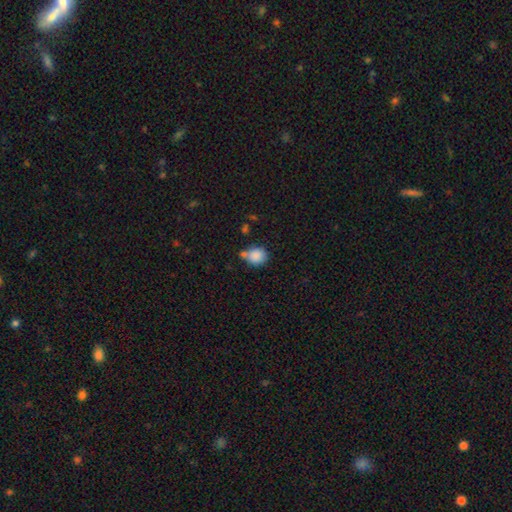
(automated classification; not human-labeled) The model was most divided on "merging": none: 56%, merger: 22%, minor disturbance: 16%, major disturbance: 5%. More confident: smooth or featured — smooth (86%); how rounded — round (78%).